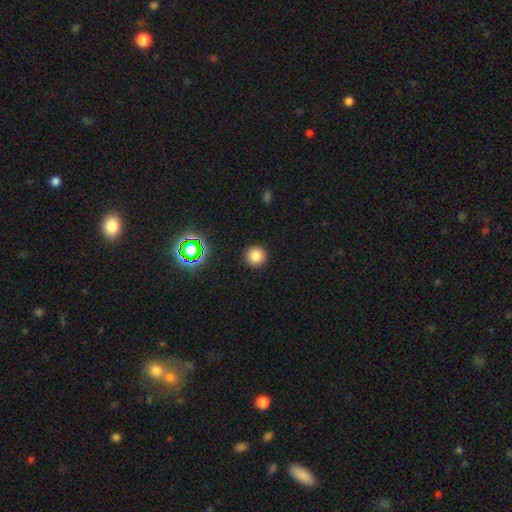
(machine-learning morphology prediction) The model was most divided on "smooth or featured": smooth: 80%, star or artifact: 15%, featured or disk: 5%. More confident: how rounded — round (95%); merging — none (92%).